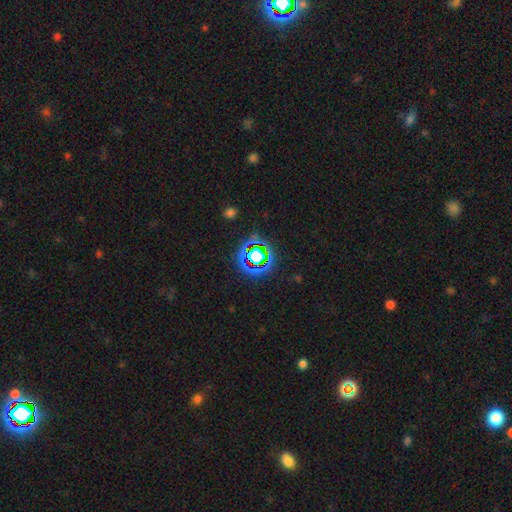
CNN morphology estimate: Q: Smooth or featured?
A: star or artifact (66%); runner-up: smooth (21%)